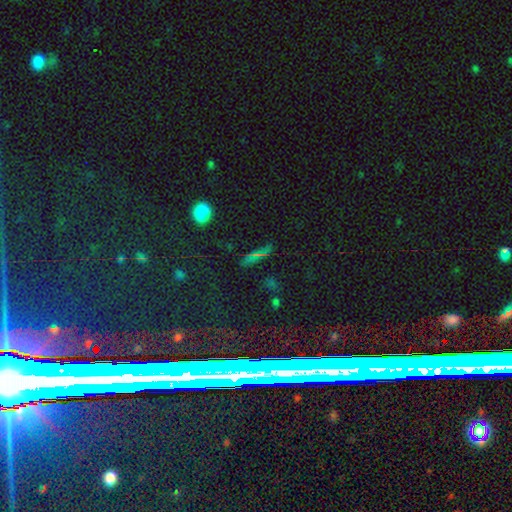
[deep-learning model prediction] smooth 44%, star or artifact 38%, featured or disk 18%. Down the decision tree: merging — none (74%).